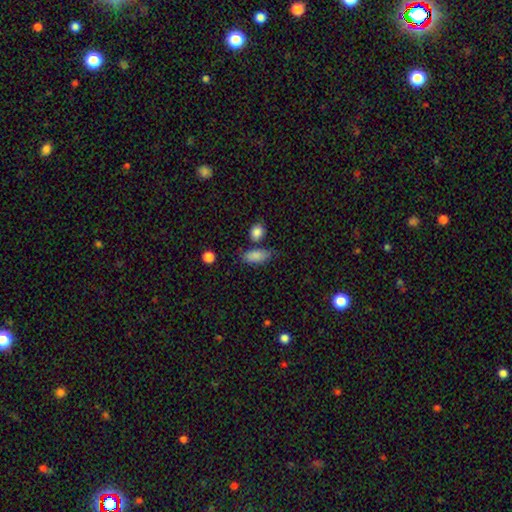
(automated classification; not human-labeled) Morphology: type=smooth (85%); roundness=in between (85%); merging=none (63%).